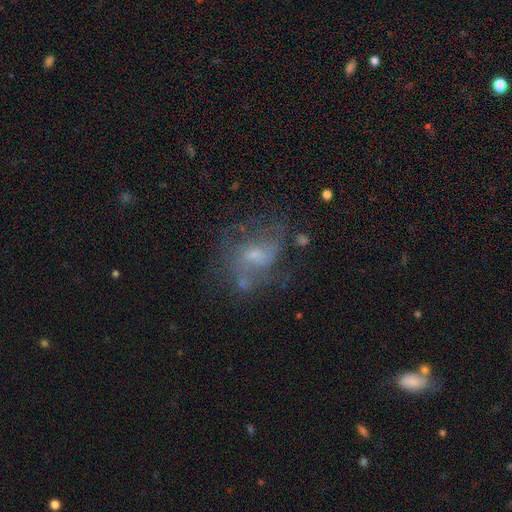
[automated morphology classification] Smooth or featured?
  - featured or disk: 65% *
  - smooth: 23%
  - star or artifact: 12%
Edge-on disk?
  - no: 97% *
  - yes: 3%
Bar?
  - no: 50% *
  - weak: 42%
  - strong: 7%
Spiral arms?
  - yes: 65% *
  - no: 35%
Bulge size?
  - small: 48% *
  - moderate: 36%
  - none: 12%
  - large: 3%
  - dominant: 1%
Merging?
  - none: 47% *
  - major disturbance: 26%
  - minor disturbance: 20%
  - merger: 7%